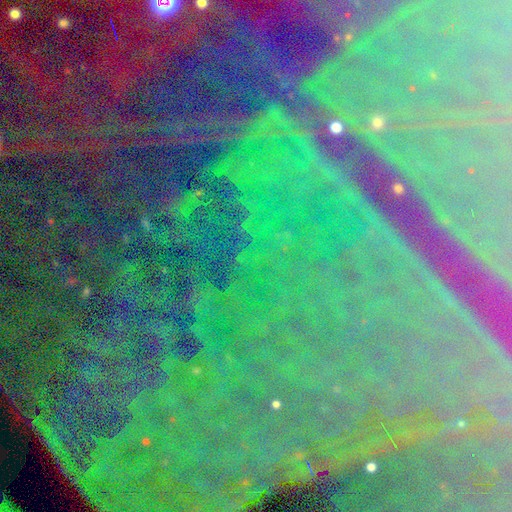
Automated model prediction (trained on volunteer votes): This appears to be a star or artifact, not a galaxy (87%).